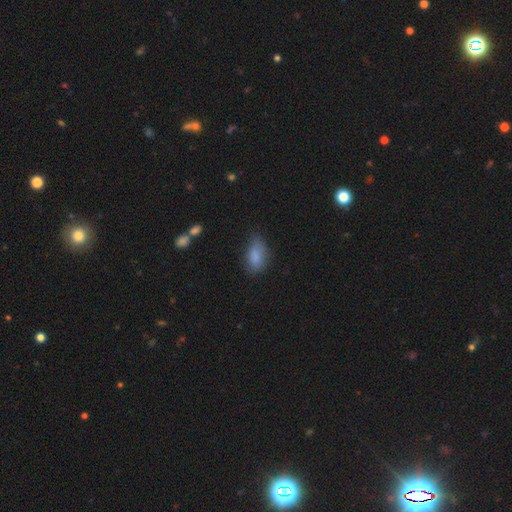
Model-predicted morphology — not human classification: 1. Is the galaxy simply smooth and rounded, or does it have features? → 83% smooth, 8% star or artifact, 8% featured or disk.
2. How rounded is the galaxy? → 89% in between, 7% round, 4% cigar-shaped.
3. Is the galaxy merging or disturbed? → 56% none, 32% minor disturbance, 9% major disturbance, 3% merger.